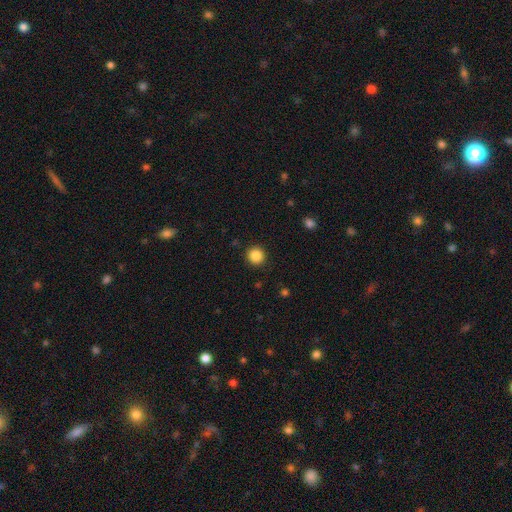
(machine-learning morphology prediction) type=smooth (86%); roundness=round (94%); merging=none (92%).